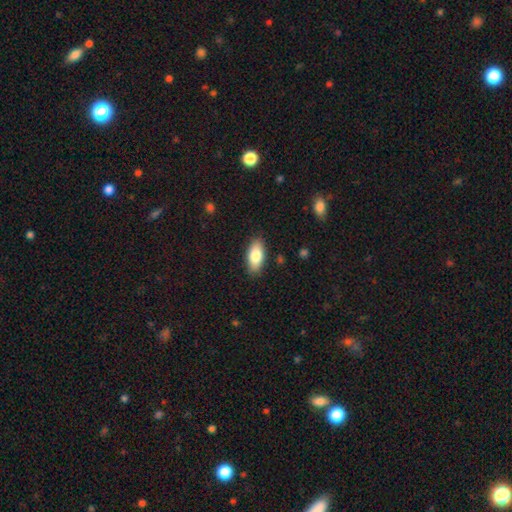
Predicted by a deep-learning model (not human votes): Smooth or featured? Predicted: smooth (p=0.81). How rounded? Predicted: in between (p=0.88). Merging? Predicted: none (p=0.88).